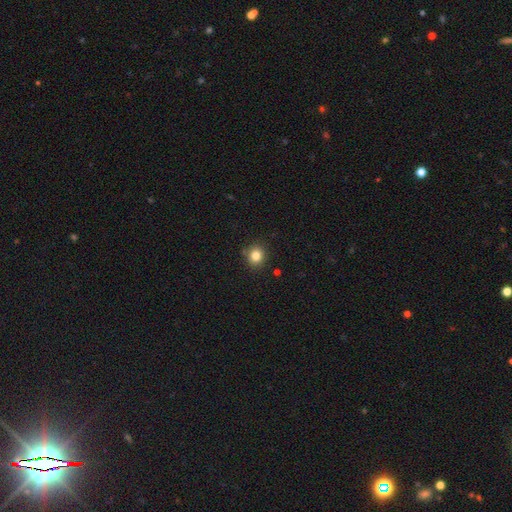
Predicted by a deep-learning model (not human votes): A smooth galaxy with no disk features (83%) that is round (81%).

Vote fractions:
- Smooth or featured? smooth: 83% / star or artifact: 11% / featured or disk: 6%
- How rounded? round: 81% / in between: 18% / cigar-shaped: 1%
- Merging? none: 87% / minor disturbance: 9% / merger: 3% / major disturbance: 2%